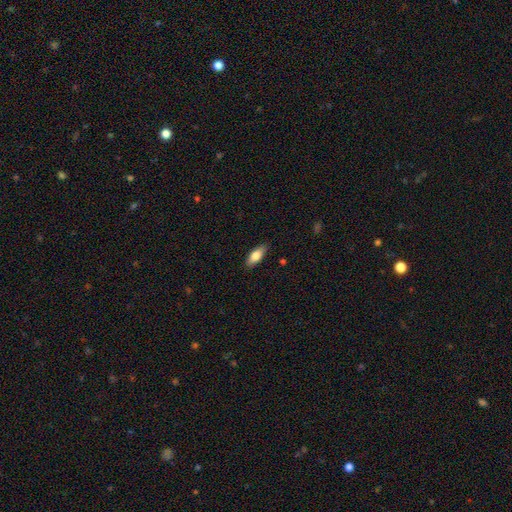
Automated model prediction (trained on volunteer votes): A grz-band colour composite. It shows a smooth galaxy with no disk features (77%) that is in between round and cigar-shaped (75%). Merging: none (85%).